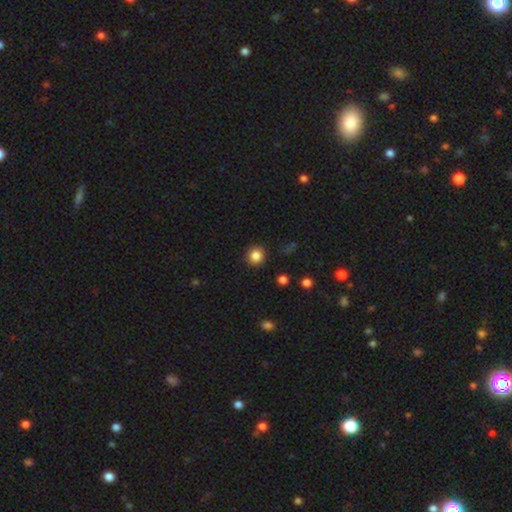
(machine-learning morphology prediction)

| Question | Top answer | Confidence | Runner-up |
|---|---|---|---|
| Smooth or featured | smooth | 85% | star or artifact (11%) |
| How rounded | round | 91% | in between (8%) |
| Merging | none | 90% | minor disturbance (7%) |